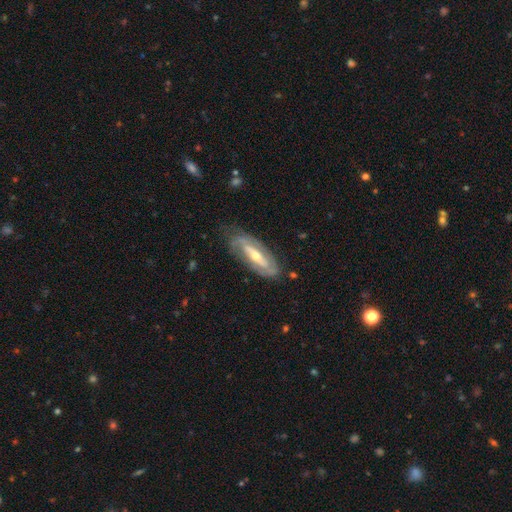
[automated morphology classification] Overall: featured or disk (80%). Edge-on disk: no (84%). Bar: strong (45%; weak 30%). Spiral arms: yes (82%). Spiral arm count: 2 (68%). Spiral winding: tight (46%; medium 36%). Bulge size: moderate (56%; small 39%). Merging: none (71%).